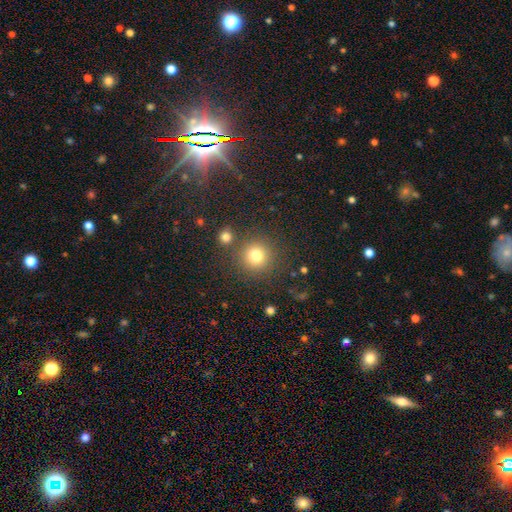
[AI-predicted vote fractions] Smooth or featured: smooth — 79% (star or artifact — 14%)
How rounded: round — 93% (in between — 6%)
Merging: none — 83% (minor disturbance — 7%)